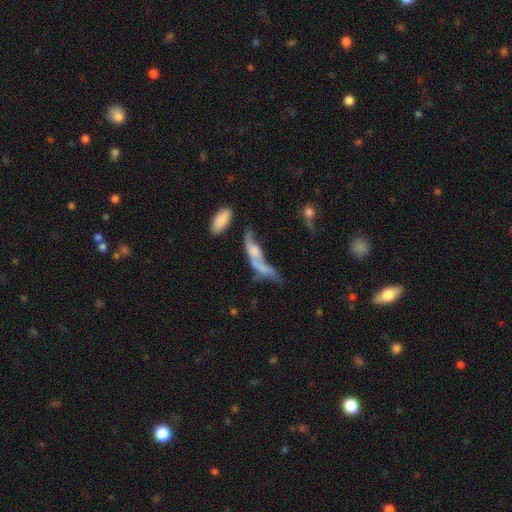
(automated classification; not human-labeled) Smooth or featured? featured or disk (44%)
Merging? merger (38%)